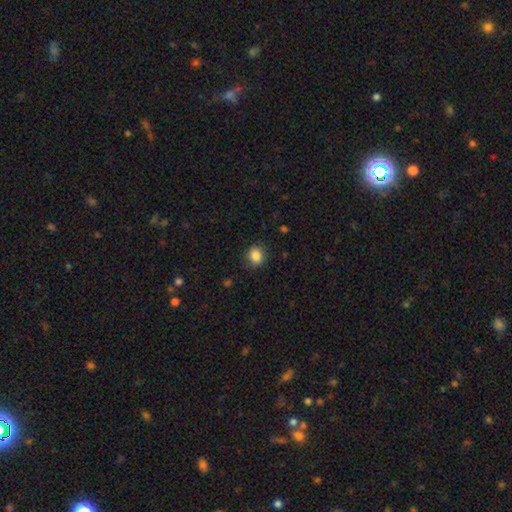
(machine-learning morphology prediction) A smooth galaxy with no disk features (86%) that is round (72%).

Vote fractions:
- Smooth or featured? smooth: 86% / star or artifact: 10% / featured or disk: 4%
- How rounded? round: 72% / in between: 28% / cigar-shaped: 1%
- Merging? none: 84% / minor disturbance: 11% / major disturbance: 3% / merger: 1%